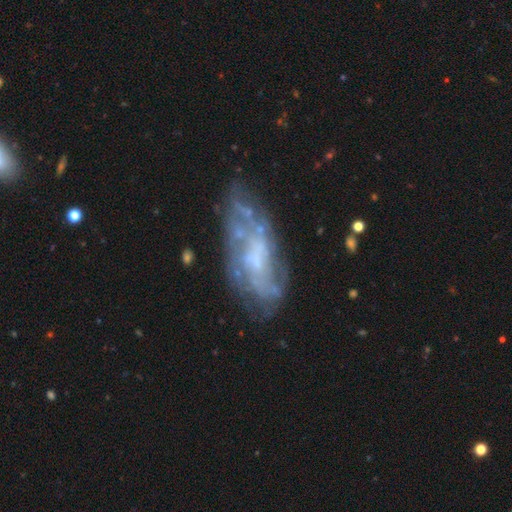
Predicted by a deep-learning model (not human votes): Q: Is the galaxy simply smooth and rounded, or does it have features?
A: featured or disk — 73%.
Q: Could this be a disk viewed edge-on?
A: no — 92%.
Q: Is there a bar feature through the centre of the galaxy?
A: no — 70%.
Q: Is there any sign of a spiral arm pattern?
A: yes — 59%.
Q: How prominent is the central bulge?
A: small — 38%.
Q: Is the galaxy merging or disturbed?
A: none — 58%.